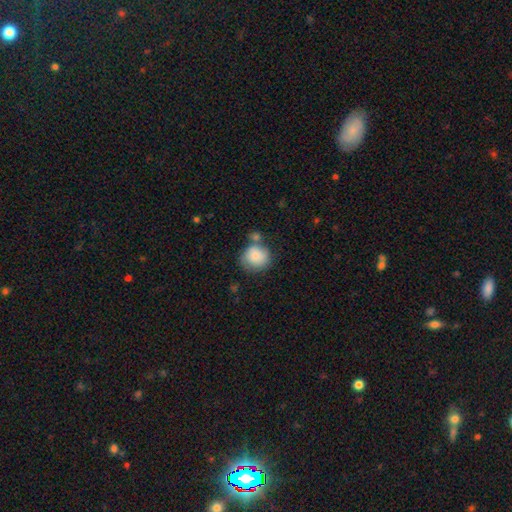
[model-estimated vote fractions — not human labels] smooth-or-featured: smooth: 82% | featured or disk: 11% | star or artifact: 7%
  how-rounded: round: 81% | in between: 18% | cigar-shaped: 1%
  merging: none: 53% | merger: 21% | minor disturbance: 19% | major disturbance: 6%